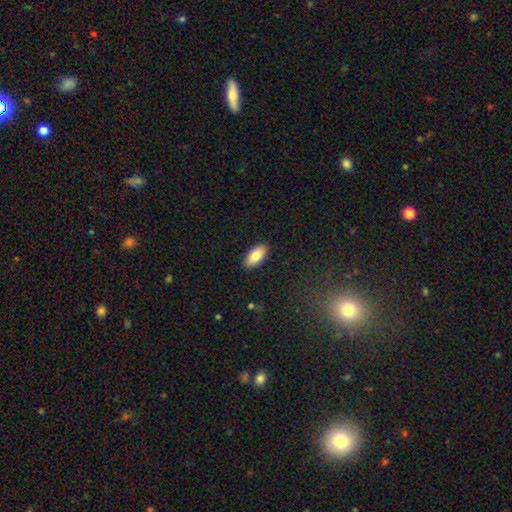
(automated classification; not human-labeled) smooth-or-featured: smooth: 82% | featured or disk: 11% | star or artifact: 6%
  how-rounded: in between: 93% | cigar-shaped: 5% | round: 2%
  merging: none: 89% | minor disturbance: 8% | major disturbance: 2% | merger: 1%